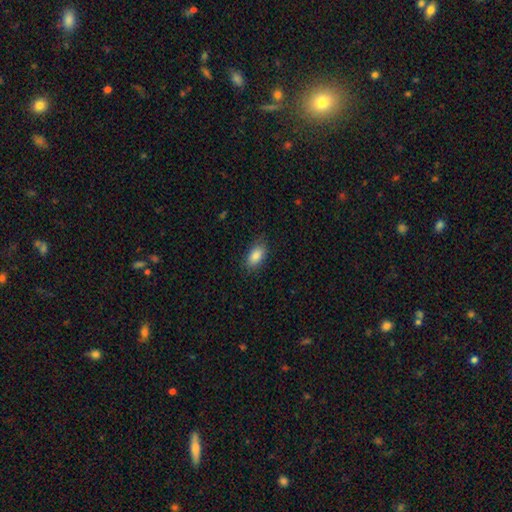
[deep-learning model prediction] Morphology: type=smooth (86%); roundness=in between (91%); merging=none (83%).